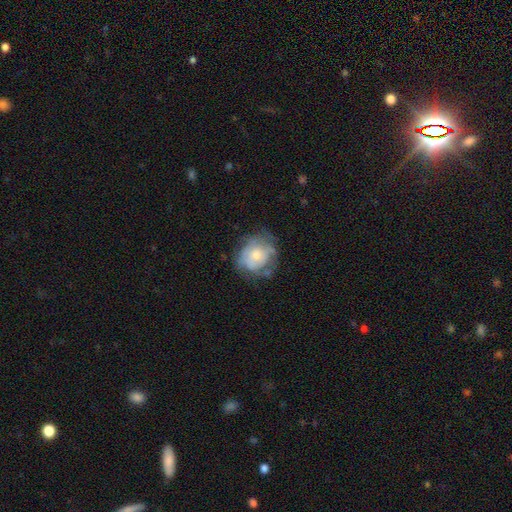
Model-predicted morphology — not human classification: A smooth galaxy with no disk features (47%). Merging: none (56%).